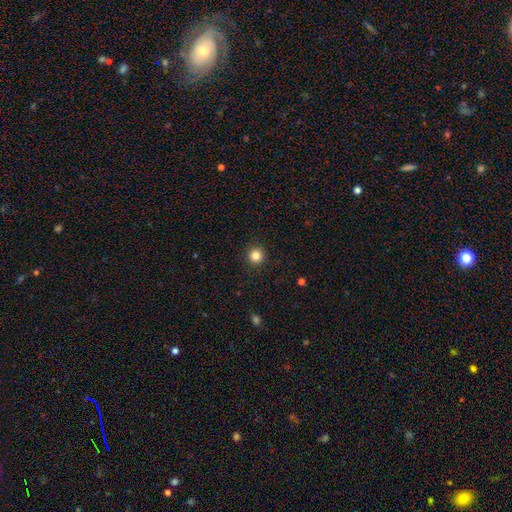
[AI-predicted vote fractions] A smooth galaxy with no disk features (84%) that is round (95%). Merging: none (92%).